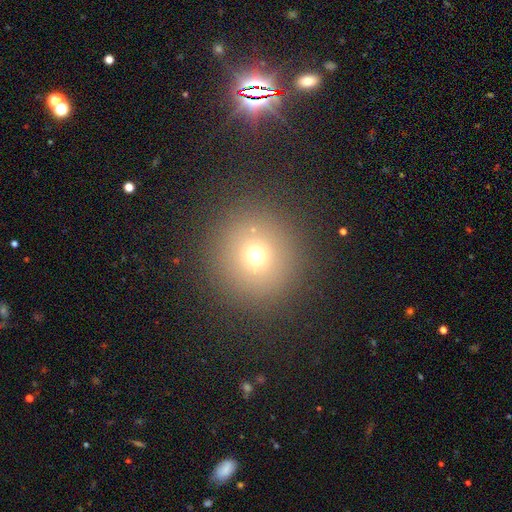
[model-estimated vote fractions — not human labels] Smooth or featured: smooth — 68% (star or artifact — 21%)
How rounded: round — 94% (in between — 5%)
Merging: none — 87% (minor disturbance — 7%)